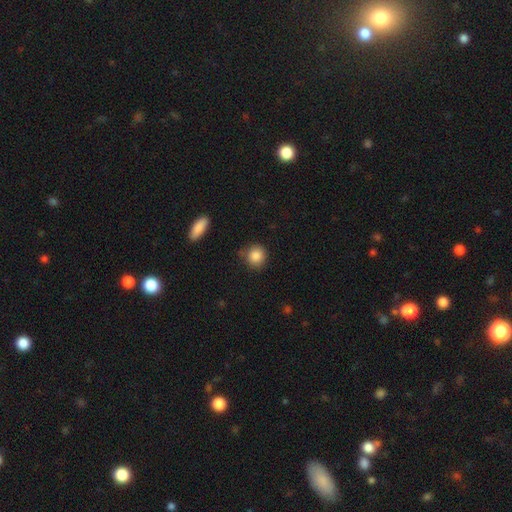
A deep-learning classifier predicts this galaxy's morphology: This appears to be a smooth galaxy with no disk features (87%) that is round (87%). Merging: none (80%).